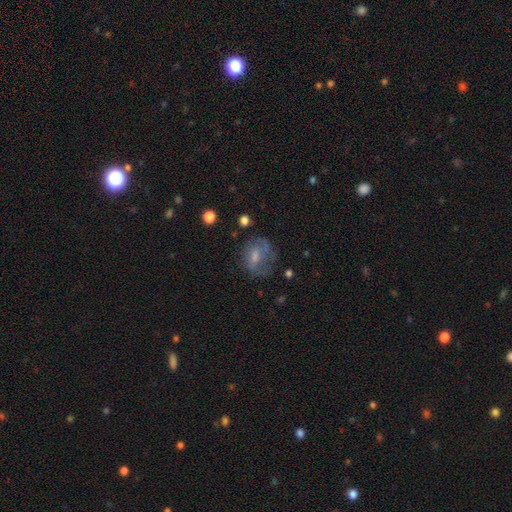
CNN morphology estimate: smooth-or-featured: smooth: 50% | featured or disk: 38% | star or artifact: 12%
  how-rounded: in between: 52% | round: 46% | cigar-shaped: 3%
  merging: none: 48% | major disturbance: 24% | minor disturbance: 24% | merger: 3%